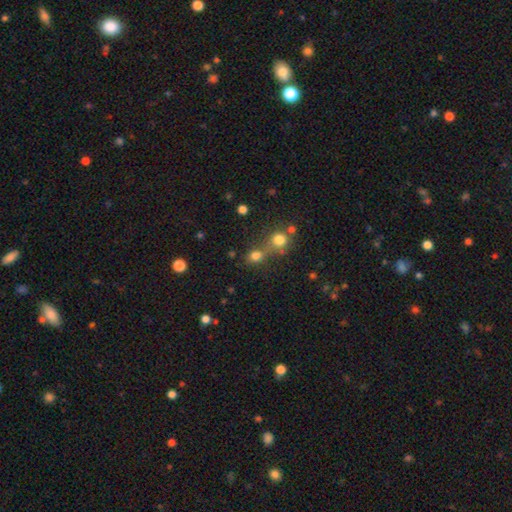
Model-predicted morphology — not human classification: Smooth or featured? Predicted: smooth (p=0.76). How rounded? Predicted: round (p=0.72). Merging? Predicted: none (p=0.46).